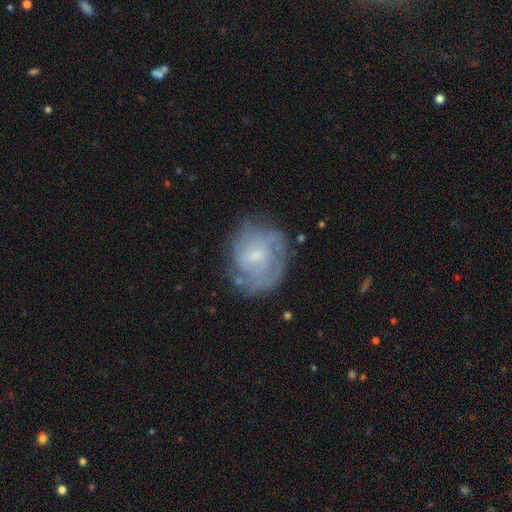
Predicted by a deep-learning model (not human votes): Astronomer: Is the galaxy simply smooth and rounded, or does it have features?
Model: featured or disk — 67%.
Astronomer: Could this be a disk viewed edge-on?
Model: no — 97%.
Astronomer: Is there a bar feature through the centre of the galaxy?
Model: no — 51% (runner-up: weak, 43%).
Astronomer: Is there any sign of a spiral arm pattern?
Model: yes — 78%.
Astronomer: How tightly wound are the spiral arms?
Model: tight — 55% (runner-up: medium, 33%).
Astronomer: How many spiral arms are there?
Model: can't tell — 49% (runner-up: 2, 25%).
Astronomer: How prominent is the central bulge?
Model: small — 63%.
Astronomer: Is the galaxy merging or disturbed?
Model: none — 66%.